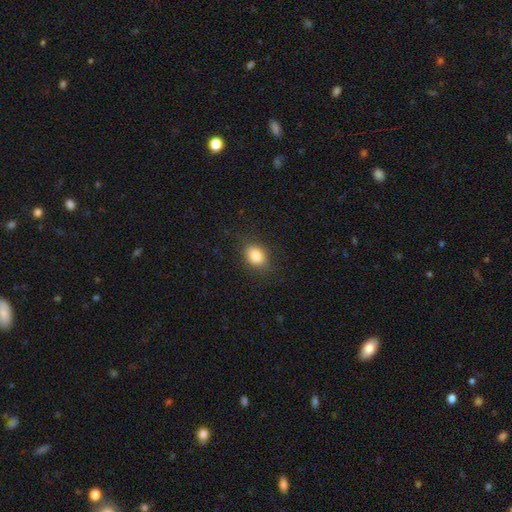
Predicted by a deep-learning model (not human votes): Smooth or featured?
  - smooth: 83% *
  - star or artifact: 10%
  - featured or disk: 7%
How rounded?
  - in between: 69% *
  - round: 30%
  - cigar-shaped: 1%
Merging?
  - none: 83% *
  - minor disturbance: 12%
  - major disturbance: 4%
  - merger: 1%